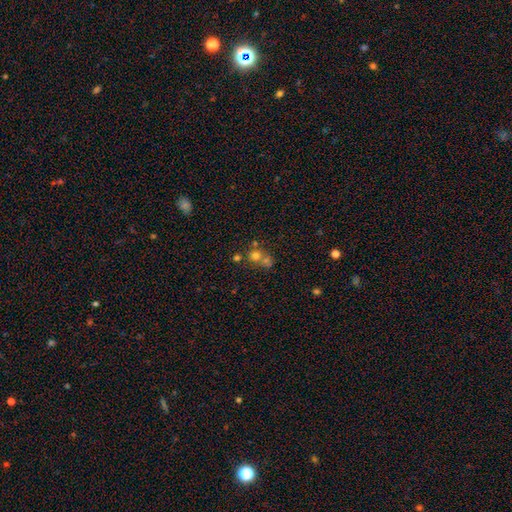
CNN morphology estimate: smooth 66%, star or artifact 19%, featured or disk 14%. Down the decision tree: how rounded — round (86%); merging — merger (46%).